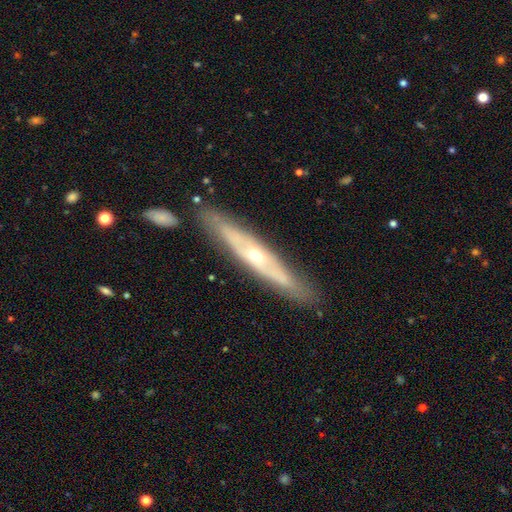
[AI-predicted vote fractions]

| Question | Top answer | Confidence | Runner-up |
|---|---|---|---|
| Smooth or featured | featured or disk | 72% | smooth (21%) |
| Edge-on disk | yes | 62% | no (38%) |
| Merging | none | 82% | minor disturbance (12%) |